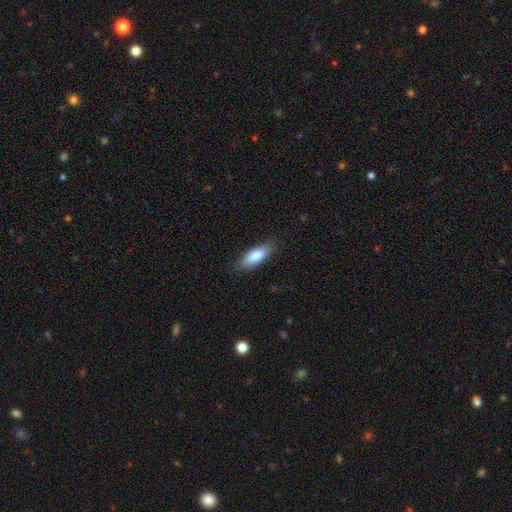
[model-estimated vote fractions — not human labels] smooth_or_featured: smooth (p=0.81) [alt: featured or disk p=0.13]
how_rounded: in between (p=0.64) [alt: cigar-shaped p=0.34]
merging: none (p=0.85) [alt: minor disturbance p=0.12]